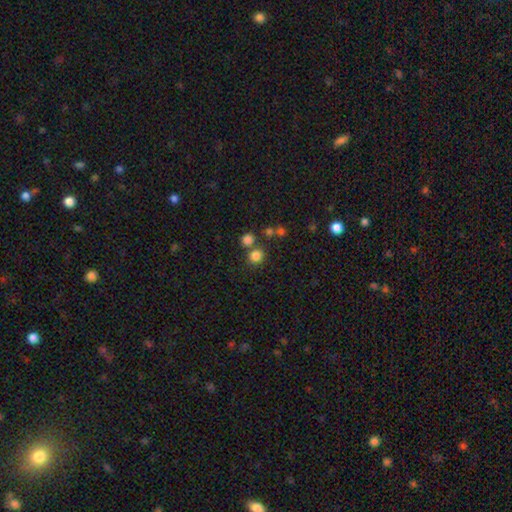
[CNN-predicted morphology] Q: Smooth or featured?
A: smooth (80%); runner-up: star or artifact (14%)
Q: How rounded?
A: round (86%); runner-up: in between (13%)
Q: Merging?
A: none (68%); runner-up: merger (20%)